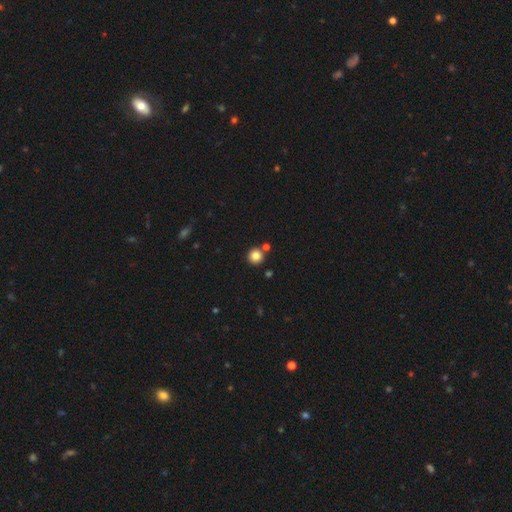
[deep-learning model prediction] Overall: smooth (83%). How rounded: round (94%). Merging: none (81%).